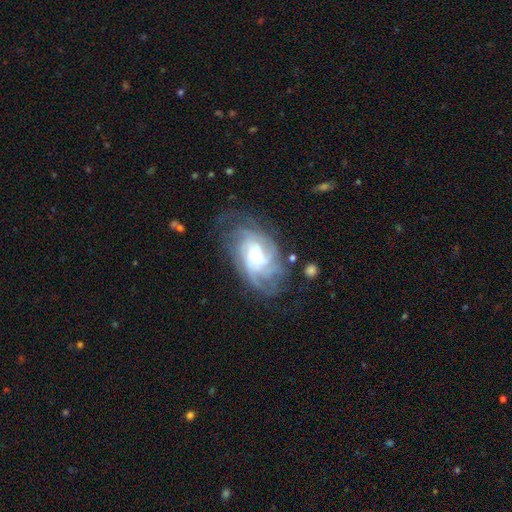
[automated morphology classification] type=featured or disk (80%); edge-on=no (96%); bar=no (59%); spiral arms=yes (94%); winding=tight (54%); arm count=can't tell (36%); bulge=moderate (37%); merging=none (62%).